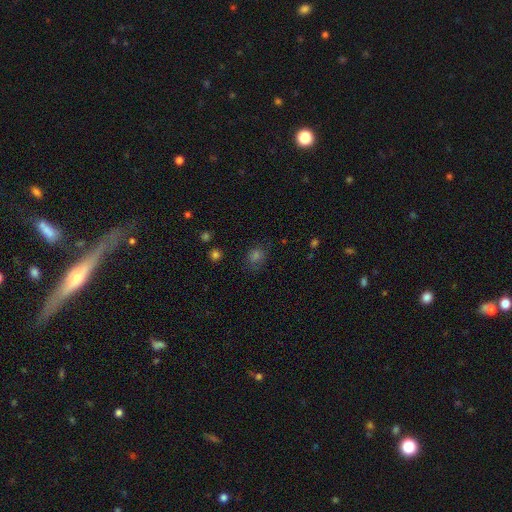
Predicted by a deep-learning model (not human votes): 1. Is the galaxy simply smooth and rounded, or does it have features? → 59% smooth, 31% star or artifact, 11% featured or disk.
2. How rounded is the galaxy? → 67% round, 32% in between, 1% cigar-shaped.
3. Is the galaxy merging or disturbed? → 75% none, 15% minor disturbance, 7% major disturbance, 2% merger.